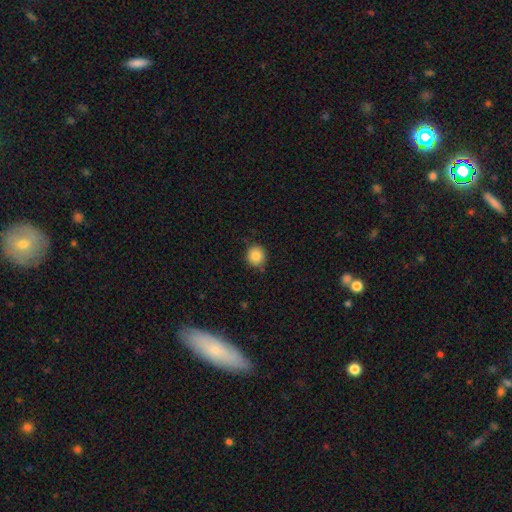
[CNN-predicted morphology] Smooth or featured? smooth (85%)
How rounded? round (91%)
Merging? none (82%)